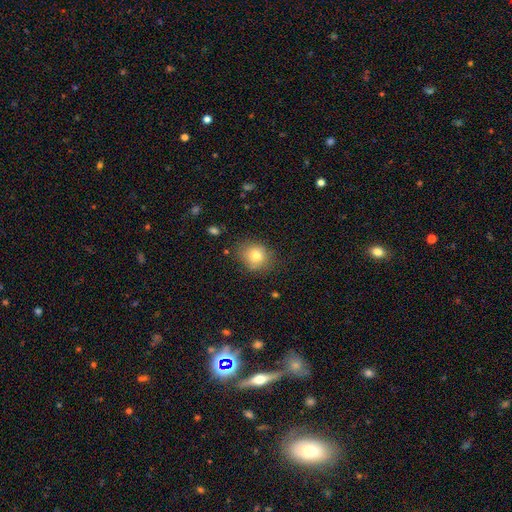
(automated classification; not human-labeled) A smooth galaxy with no disk features (77%) that is round (71%).

Vote fractions:
- Smooth or featured? smooth: 77% / featured or disk: 12% / star or artifact: 12%
- How rounded? round: 71% / in between: 28% / cigar-shaped: 1%
- Merging? none: 76% / minor disturbance: 17% / major disturbance: 5% / merger: 2%